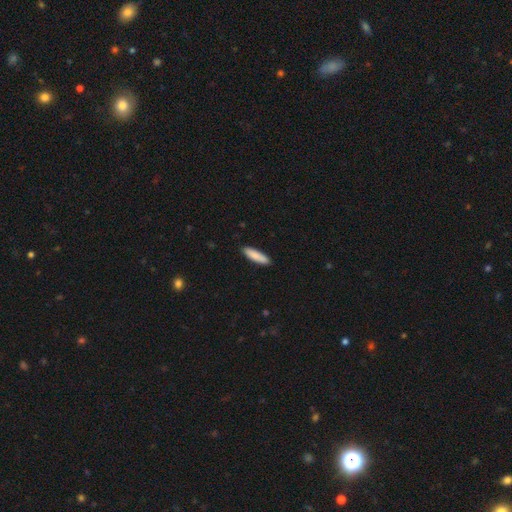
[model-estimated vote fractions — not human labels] smooth-or-featured: smooth: 87% | featured or disk: 7% | star or artifact: 5%
  how-rounded: cigar-shaped: 71% | in between: 28% | round: 1%
  merging: none: 90% | minor disturbance: 8% | major disturbance: 1% | merger: 1%